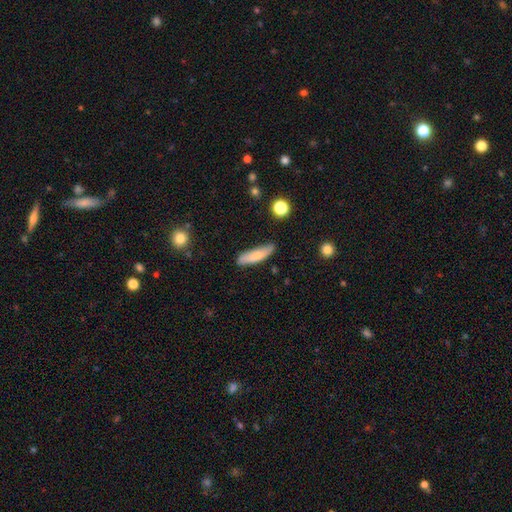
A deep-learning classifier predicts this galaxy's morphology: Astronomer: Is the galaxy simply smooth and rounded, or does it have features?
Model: smooth — 75%.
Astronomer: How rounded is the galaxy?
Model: cigar-shaped — 67%.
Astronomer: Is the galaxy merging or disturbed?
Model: none — 76%.